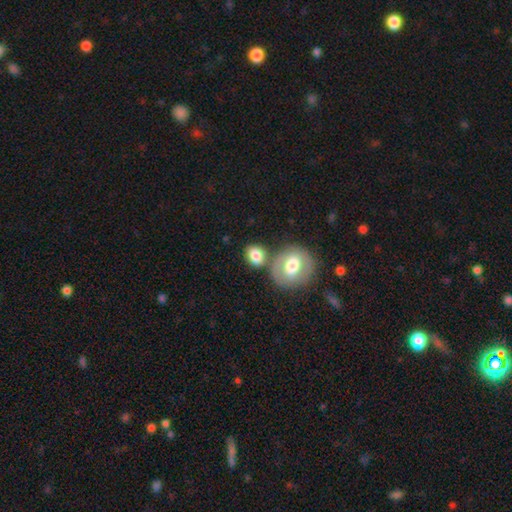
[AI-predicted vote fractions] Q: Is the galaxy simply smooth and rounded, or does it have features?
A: smooth — 80%.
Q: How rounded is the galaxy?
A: round — 54%.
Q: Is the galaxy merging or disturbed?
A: none — 56%.